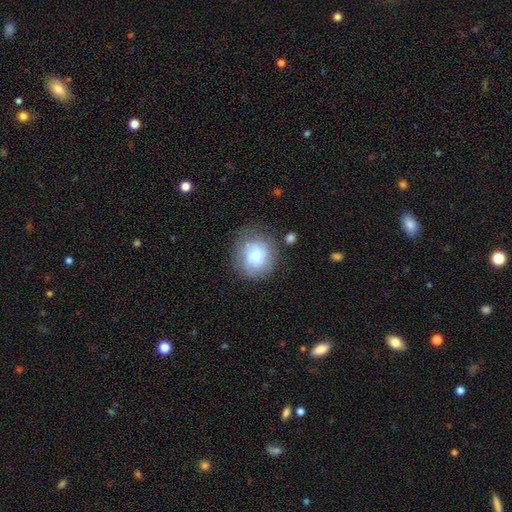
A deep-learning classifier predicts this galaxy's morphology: A smooth galaxy with no disk features (65%) that is round (80%). Merging: none (66%).